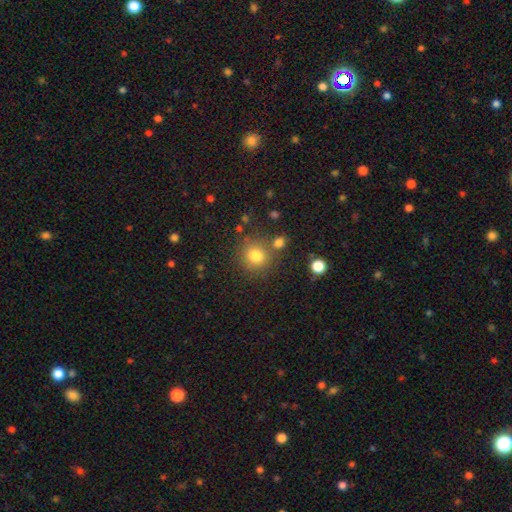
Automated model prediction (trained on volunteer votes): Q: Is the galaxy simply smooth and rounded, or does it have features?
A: smooth — 78%.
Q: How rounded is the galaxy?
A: round — 87%.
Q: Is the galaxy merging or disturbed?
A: none — 74%.